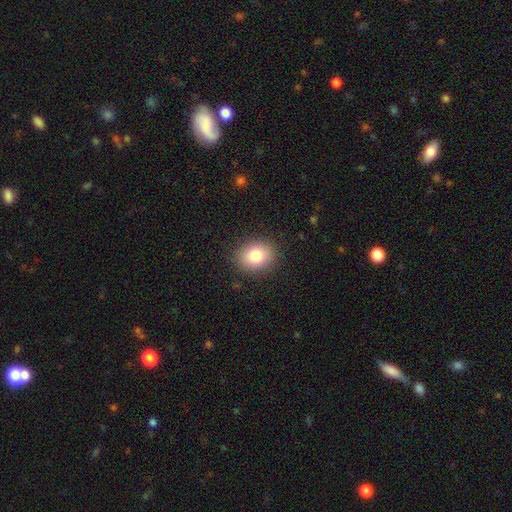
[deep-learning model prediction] smooth-or-featured: smooth: 80% | star or artifact: 10% | featured or disk: 9%
  how-rounded: round: 54% | in between: 45% | cigar-shaped: 1%
  merging: none: 88% | minor disturbance: 8% | major disturbance: 3% | merger: 1%